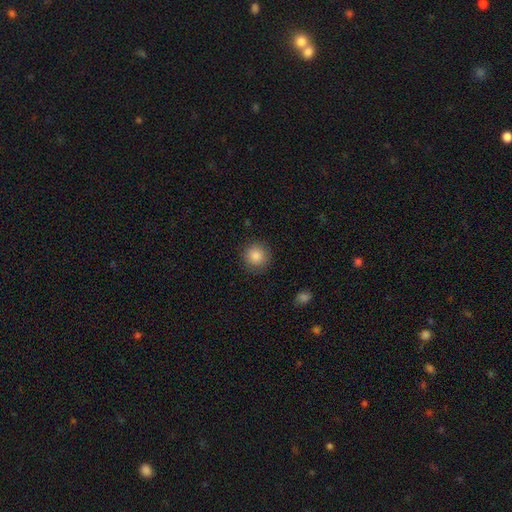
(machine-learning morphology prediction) smooth 86%, star or artifact 9%, featured or disk 5%. Down the decision tree: how rounded — round (92%); merging — none (87%).